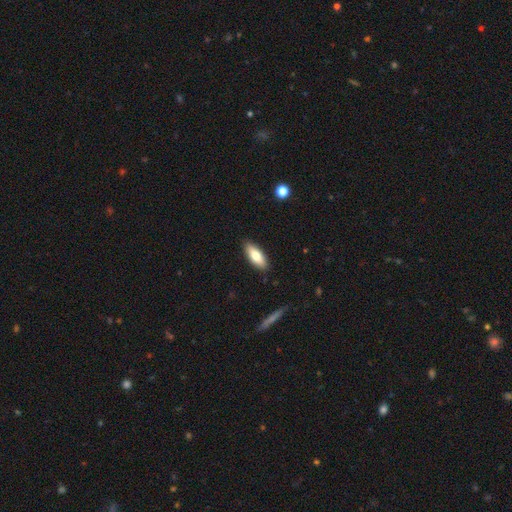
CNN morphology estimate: Smooth or featured? Predicted: smooth (p=0.77). How rounded? Predicted: in between (p=0.74). Merging? Predicted: none (p=0.89).